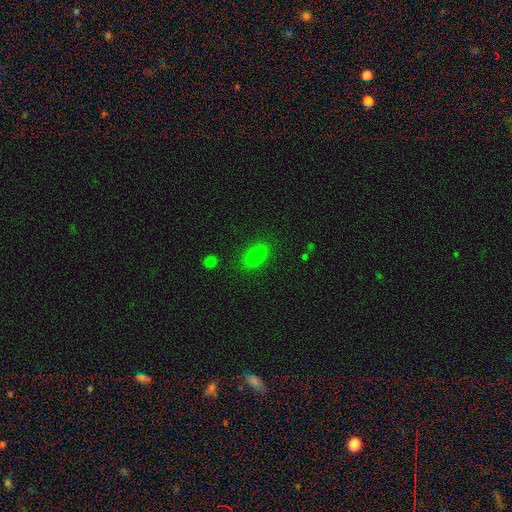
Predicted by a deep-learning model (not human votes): A smooth galaxy with no disk features (81%) that is in between round and cigar-shaped (85%).

Vote fractions:
- Smooth or featured? smooth: 81% / star or artifact: 12% / featured or disk: 8%
- How rounded? in between: 85% / round: 8% / cigar-shaped: 7%
- Merging? none: 84% / minor disturbance: 11% / major disturbance: 3% / merger: 2%